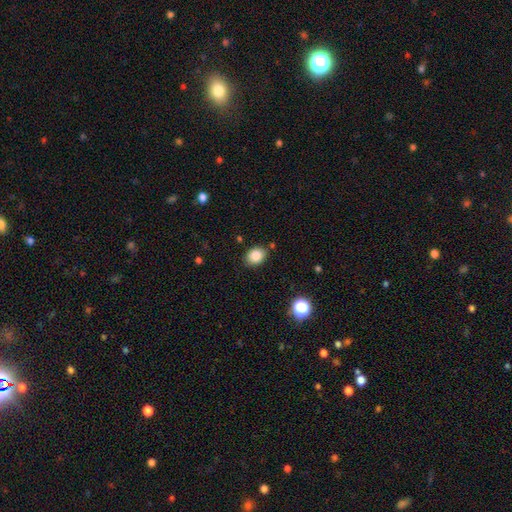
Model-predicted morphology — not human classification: The model was most divided on "how rounded": in between: 57%, round: 42%, cigar-shaped: 1%. More confident: smooth or featured — smooth (86%); merging — none (82%).